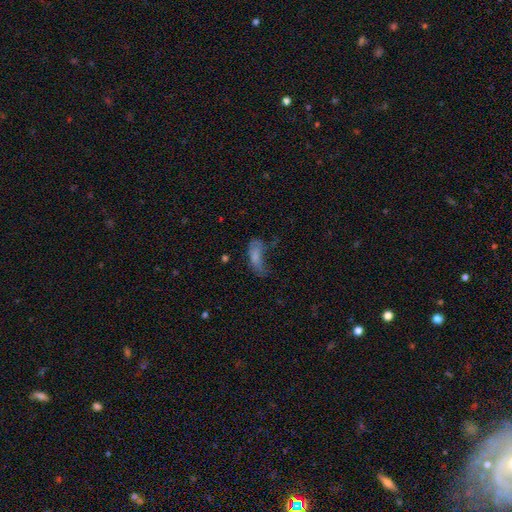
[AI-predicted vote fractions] Smooth or featured? Predicted: smooth (p=0.68). How rounded? Predicted: in between (p=0.82). Merging? Predicted: major disturbance (p=0.42).